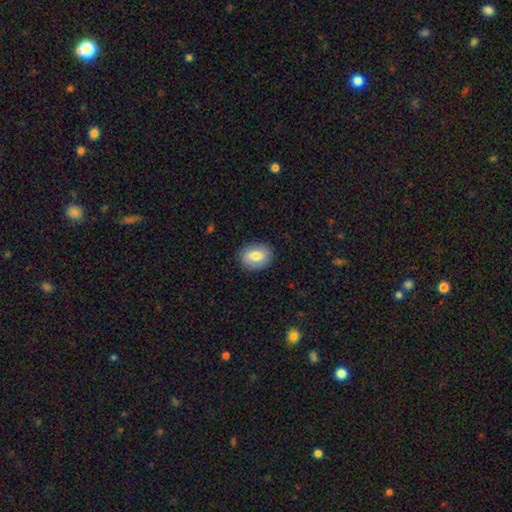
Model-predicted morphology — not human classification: Q: Smooth or featured?
A: smooth (75%); runner-up: featured or disk (18%)
Q: How rounded?
A: in between (67%); runner-up: round (32%)
Q: Merging?
A: none (87%); runner-up: minor disturbance (9%)